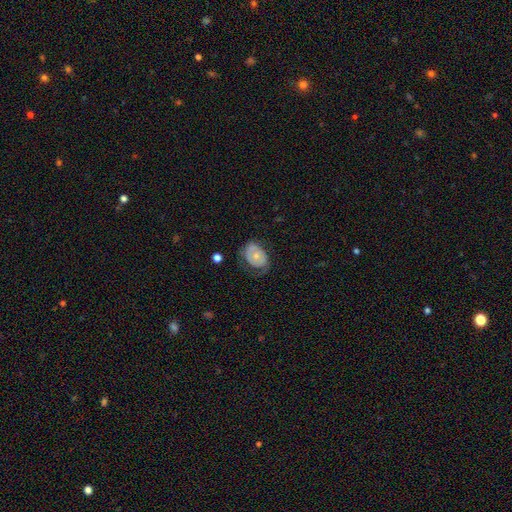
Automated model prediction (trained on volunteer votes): smooth_or_featured: featured or disk (p=0.52) [alt: smooth p=0.42]
disk_edge_on: no (p=0.95) [alt: yes p=0.05]
merging: none (p=0.48) [alt: minor disturbance p=0.30]